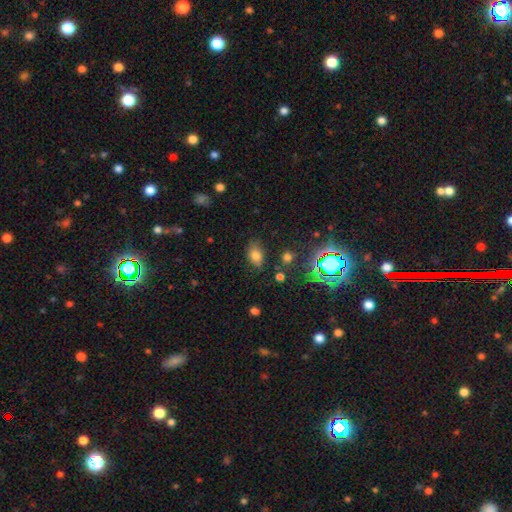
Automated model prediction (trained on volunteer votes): This is likely a smooth galaxy (74%). How rounded: clearly in between (81%). Merging: likely none (73%).